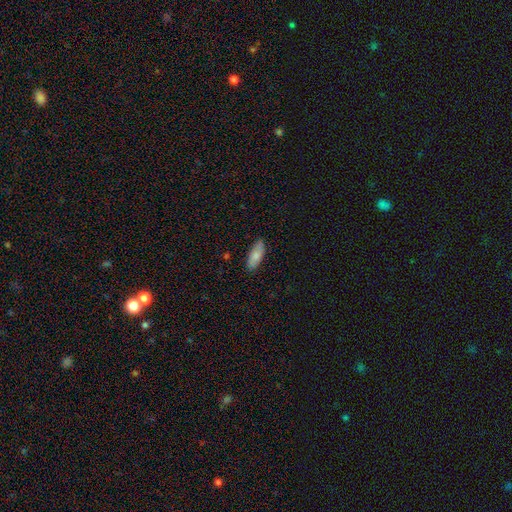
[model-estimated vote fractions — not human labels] A smooth galaxy with no disk features (81%) that is in between round and cigar-shaped (73%). Merging: none (84%).